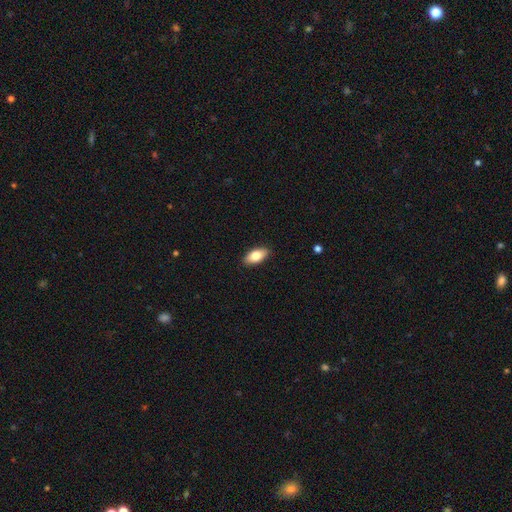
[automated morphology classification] The model was most divided on "smooth or featured": smooth: 81%, featured or disk: 12%, star or artifact: 7%. More confident: how rounded — in between (91%); merging — none (89%).